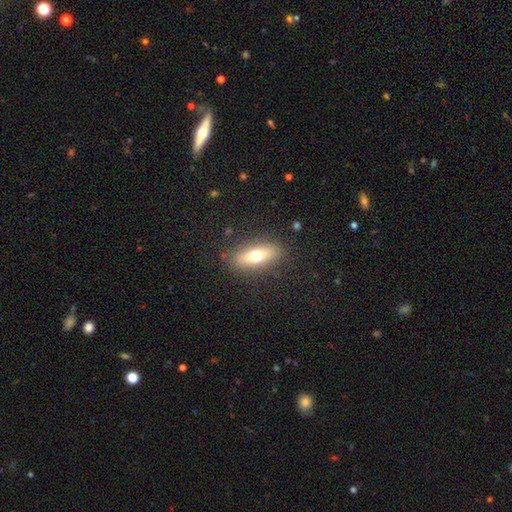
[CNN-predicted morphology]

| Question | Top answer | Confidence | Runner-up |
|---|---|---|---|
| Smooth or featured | smooth | 64% | featured or disk (28%) |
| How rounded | in between | 66% | cigar-shaped (30%) |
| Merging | none | 85% | minor disturbance (10%) |